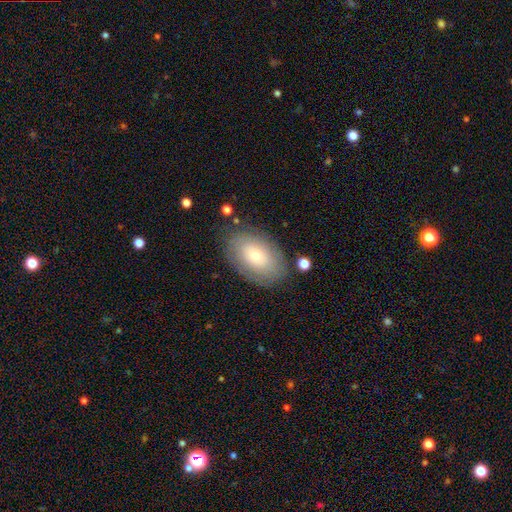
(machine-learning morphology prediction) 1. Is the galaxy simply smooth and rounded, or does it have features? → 63% smooth, 29% featured or disk, 8% star or artifact.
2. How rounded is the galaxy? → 89% in between, 9% round, 1% cigar-shaped.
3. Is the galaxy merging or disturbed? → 79% none, 14% minor disturbance, 5% major disturbance, 2% merger.